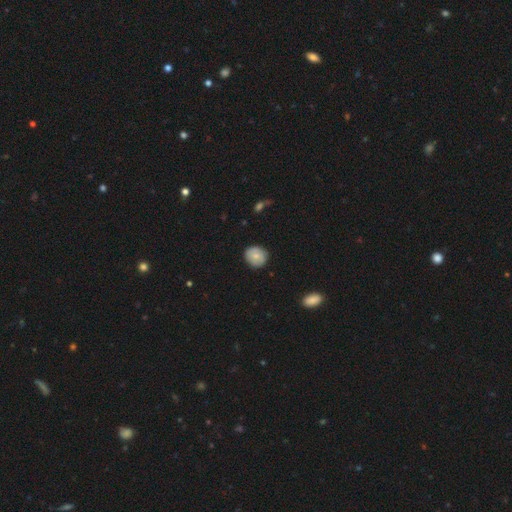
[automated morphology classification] A smooth galaxy with no disk features (75%) that is round (79%).

Vote fractions:
- Smooth or featured? smooth: 75% / featured or disk: 18% / star or artifact: 7%
- How rounded? round: 79% / in between: 20% / cigar-shaped: 1%
- Merging? none: 84% / minor disturbance: 12% / major disturbance: 2% / merger: 1%